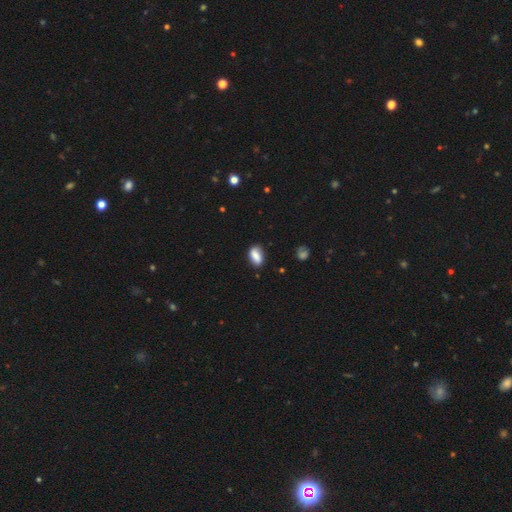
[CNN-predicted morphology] Smooth or featured: smooth — 82% (featured or disk — 10%)
How rounded: in between — 88% (round — 7%)
Merging: none — 78% (minor disturbance — 16%)